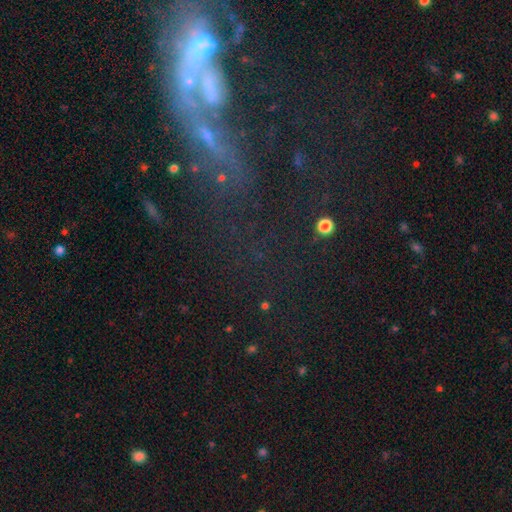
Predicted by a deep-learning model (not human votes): smooth-or-featured: featured or disk: 48% | star or artifact: 33% | smooth: 19%
  merging: none: 34% | major disturbance: 27% | merger: 26% | minor disturbance: 13%